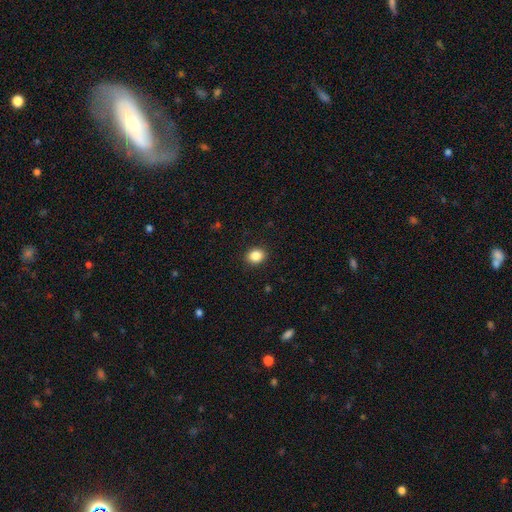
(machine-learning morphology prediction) smooth-or-featured: smooth: 86% | star or artifact: 10% | featured or disk: 4%
  how-rounded: round: 62% | in between: 37% | cigar-shaped: 1%
  merging: none: 90% | minor disturbance: 7% | major disturbance: 2% | merger: 1%